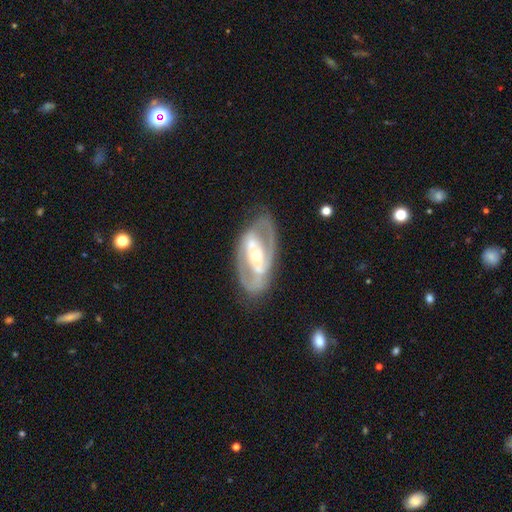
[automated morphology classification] smooth-or-featured: featured or disk: 83% | smooth: 12% | star or artifact: 5%
  disk-edge-on: no: 93% | yes: 7%
    bar: no: 37% | strong: 33% | weak: 29%
    has-spiral-arms: yes: 75% | no: 25%
      spiral-winding: medium: 44% | tight: 41% | loose: 15%
      spiral-arm-count: 2: 79% | can't tell: 12% | 1: 4% | 3: 3% | 4: 1% | more than 4: 1%
    bulge-size: moderate: 62% | small: 30% | large: 6% | dominant: 1% | none: 1%
  merging: none: 73% | minor disturbance: 16% | major disturbance: 8% | merger: 4%